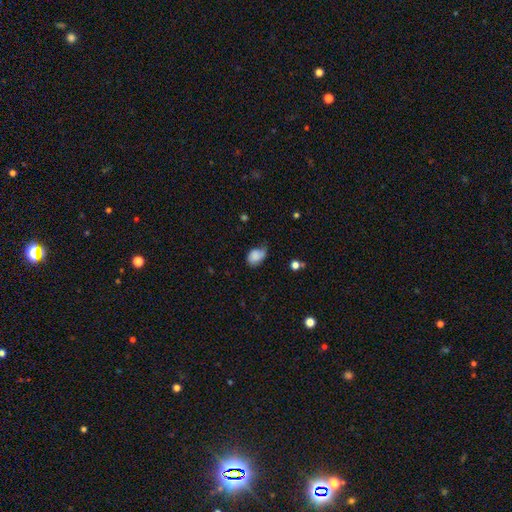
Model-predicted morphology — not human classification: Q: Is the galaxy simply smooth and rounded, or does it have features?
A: smooth — 79%.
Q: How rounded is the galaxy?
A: in between — 79%.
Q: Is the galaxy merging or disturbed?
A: minor disturbance — 43%.